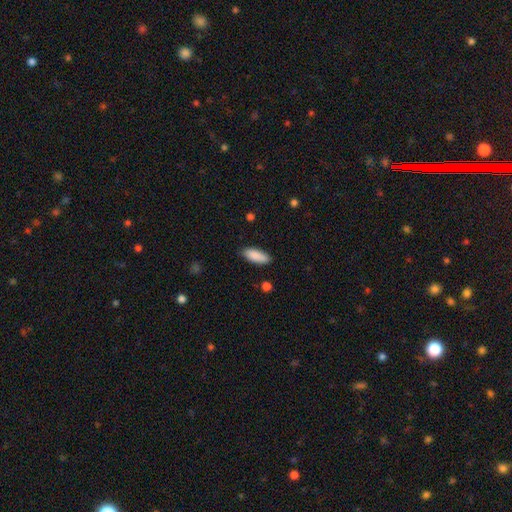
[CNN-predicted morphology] A smooth galaxy with no disk features (89%) that is in between round and cigar-shaped (74%). Merging: none (86%).